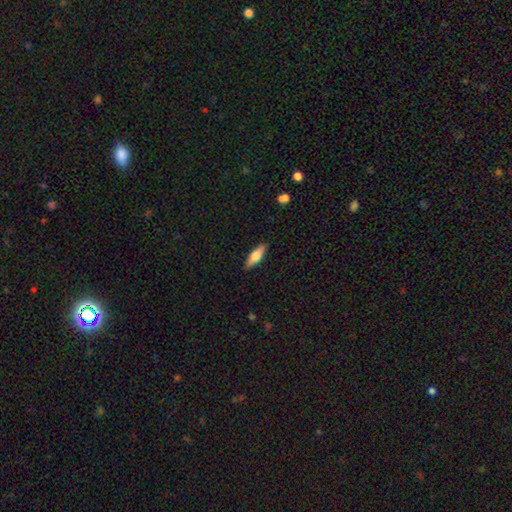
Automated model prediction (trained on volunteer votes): Smooth or featured? smooth (58%)
How rounded? cigar-shaped (49%)
Merging? none (88%)